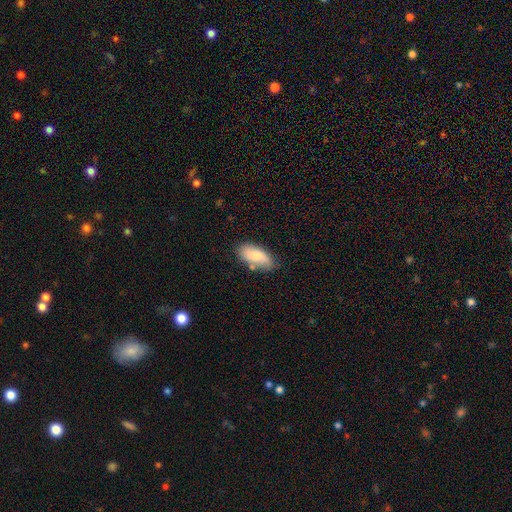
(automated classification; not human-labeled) Smooth or featured: smooth — 74% (featured or disk — 19%)
How rounded: in between — 90% (cigar-shaped — 8%)
Merging: none — 70% (minor disturbance — 20%)